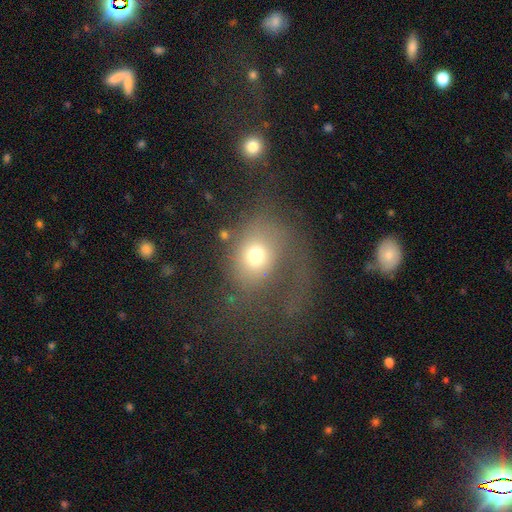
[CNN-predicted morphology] This is likely a smooth galaxy (64%). How rounded: possibly round (54%). Merging: possibly major disturbance (52%).